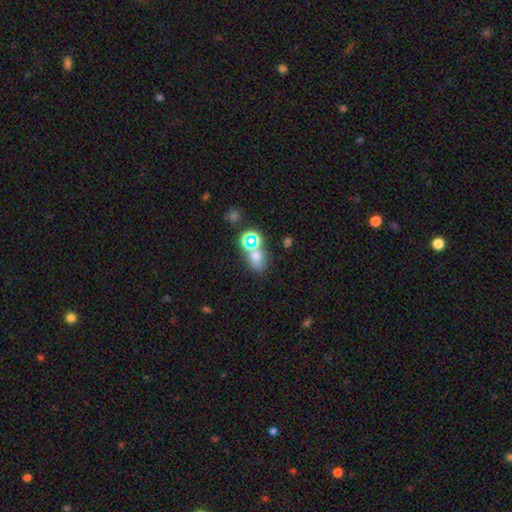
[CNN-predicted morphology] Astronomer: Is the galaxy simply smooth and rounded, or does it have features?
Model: smooth — 55% (runner-up: star or artifact, 32%).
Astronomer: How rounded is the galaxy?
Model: in between — 62%.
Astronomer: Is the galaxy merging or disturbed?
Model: none — 51% (runner-up: merger, 28%).